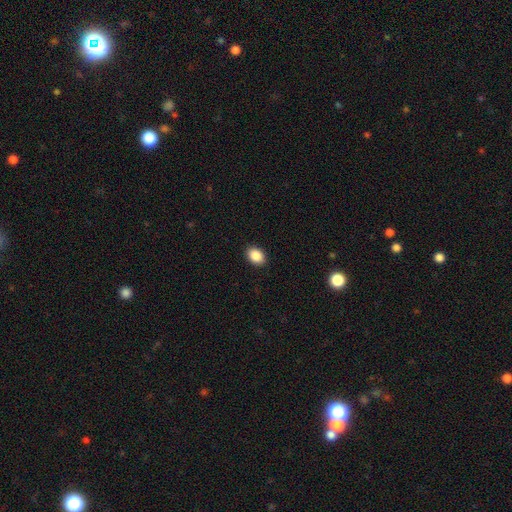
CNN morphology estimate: smooth-or-featured: smooth: 88% | star or artifact: 8% | featured or disk: 4%
  how-rounded: in between: 75% | round: 24% | cigar-shaped: 1%
  merging: none: 91% | minor disturbance: 7% | major disturbance: 2% | merger: 1%